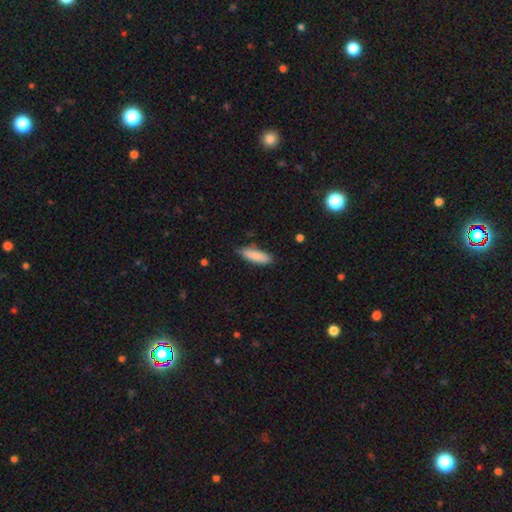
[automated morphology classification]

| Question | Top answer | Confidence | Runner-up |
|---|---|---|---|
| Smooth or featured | smooth | 86% | featured or disk (8%) |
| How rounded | in between | 54% | cigar-shaped (44%) |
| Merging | none | 79% | minor disturbance (16%) |